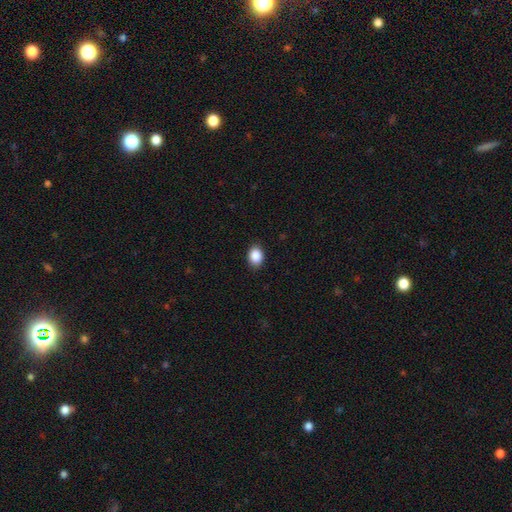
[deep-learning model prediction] Overall: smooth (89%). How rounded: in between (66%; round 33%). Merging: none (88%).